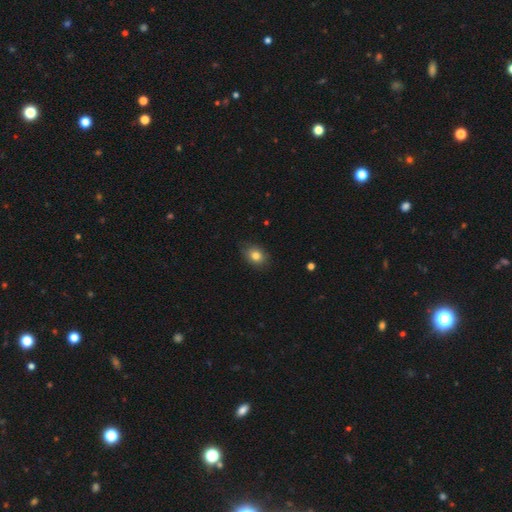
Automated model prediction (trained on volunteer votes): A smooth galaxy with no disk features (81%) that is in between round and cigar-shaped (60%). Merging: none (82%).